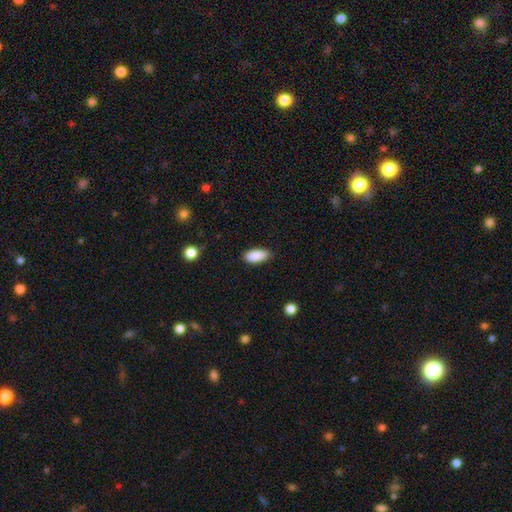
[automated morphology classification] This is clearly a smooth galaxy (89%). How rounded: clearly in between (87%). Merging: clearly none (84%).